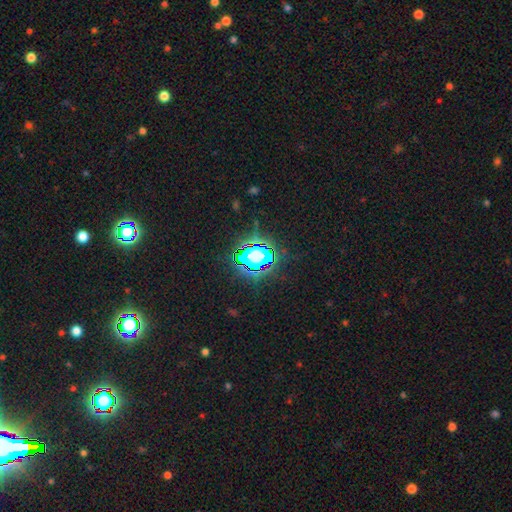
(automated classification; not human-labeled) star or artifact 66%, smooth 22%, featured or disk 13%.